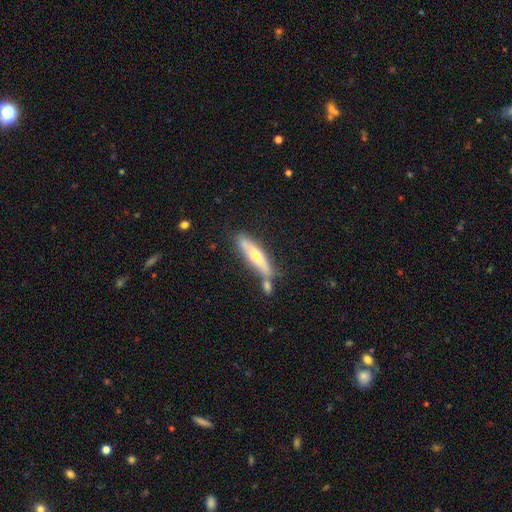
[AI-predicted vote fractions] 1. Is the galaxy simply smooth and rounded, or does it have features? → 50% featured or disk, 43% smooth, 6% star or artifact.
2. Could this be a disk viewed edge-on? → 83% yes, 17% no.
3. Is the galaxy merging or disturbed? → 60% none, 18% merger, 17% minor disturbance, 5% major disturbance.